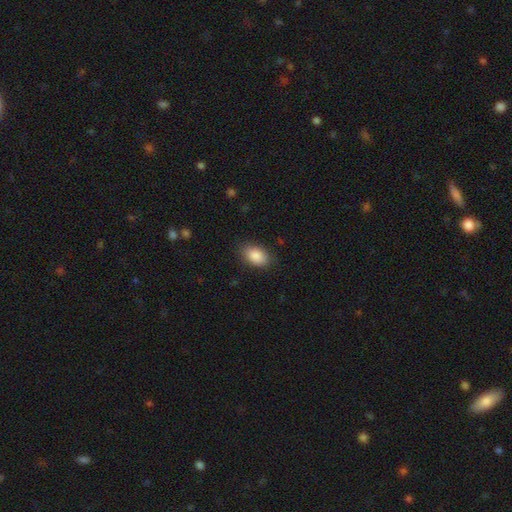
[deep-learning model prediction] A smooth galaxy with no disk features (88%) that is in between round and cigar-shaped (88%). Merging: none (83%).